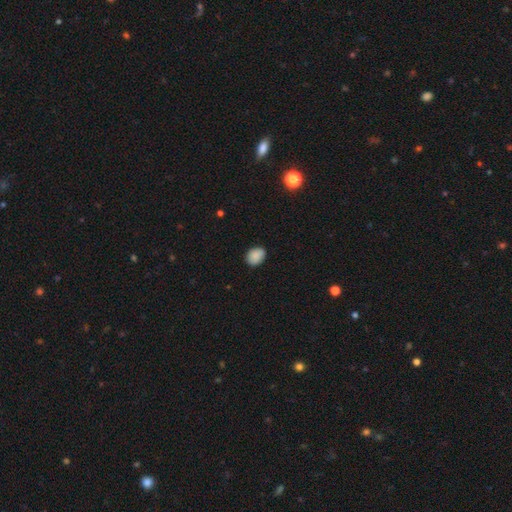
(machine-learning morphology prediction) smooth-or-featured: smooth: 88% | star or artifact: 8% | featured or disk: 4%
  how-rounded: in between: 59% | round: 40% | cigar-shaped: 1%
  merging: none: 83% | minor disturbance: 13% | major disturbance: 2% | merger: 1%